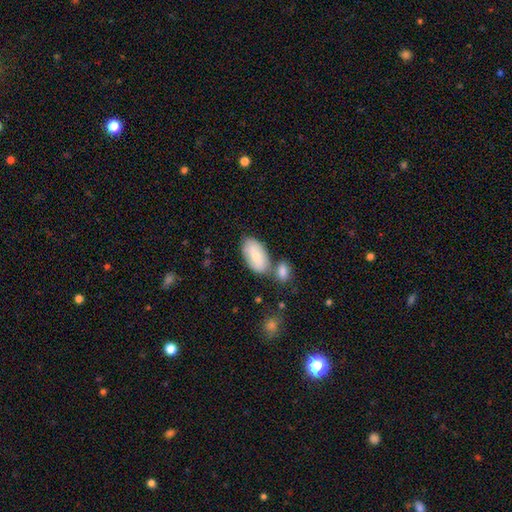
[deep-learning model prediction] This appears to be a smooth galaxy with no disk features (75%) that is in between round and cigar-shaped (94%). Merging: none (54%).